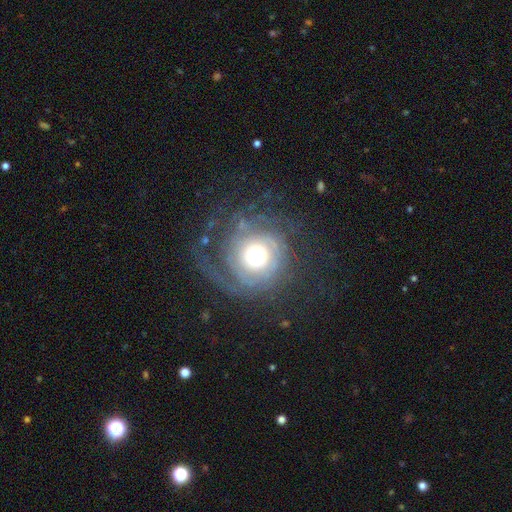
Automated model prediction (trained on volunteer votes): The model was most divided on "spiral arm count": can't tell: 32%, 2: 28%, 3: 14%, 1: 11%, 4: 8%, more than 4: 8%. Remaining: edge-on disk — no (97%); spiral arms — yes (87%); bar — no (84%); smooth or featured — featured or disk (74%); merging — none (64%); spiral winding — tight (57%); bulge size — moderate (49%).